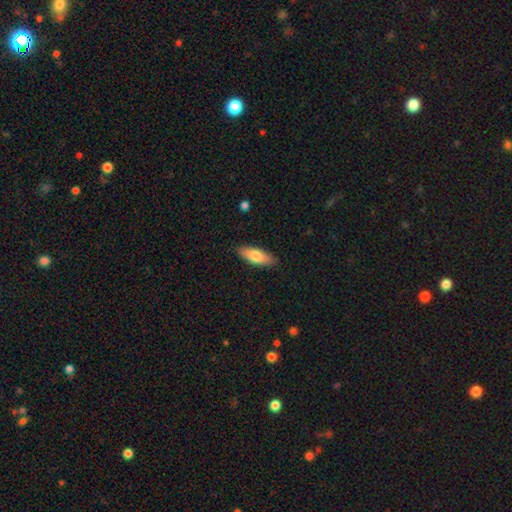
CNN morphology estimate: A smooth galaxy with no disk features (73%) that is in between round and cigar-shaped (67%).

Vote fractions:
- Smooth or featured? smooth: 73% / featured or disk: 21% / star or artifact: 6%
- How rounded? in between: 67% / cigar-shaped: 31% / round: 2%
- Merging? none: 88% / minor disturbance: 9% / major disturbance: 2% / merger: 1%